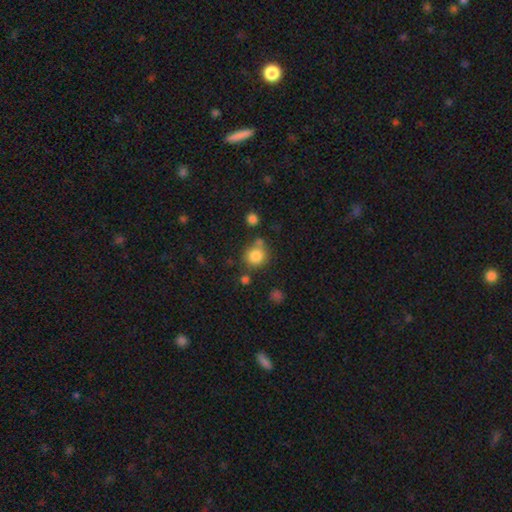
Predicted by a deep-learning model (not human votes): Overall: smooth (82%). How rounded: round (87%). Merging: none (64%).